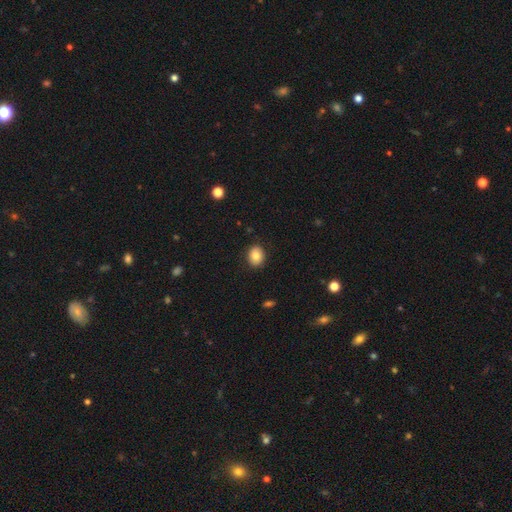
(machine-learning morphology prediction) Q: Smooth or featured?
A: smooth (83%); runner-up: star or artifact (9%)
Q: How rounded?
A: round (50%); runner-up: in between (49%)
Q: Merging?
A: none (87%); runner-up: minor disturbance (9%)